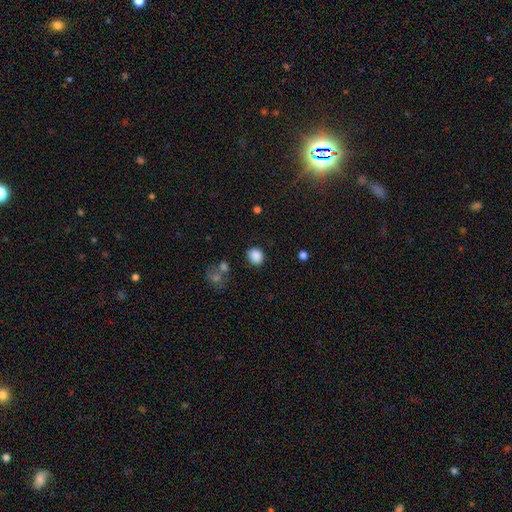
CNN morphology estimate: The model was most divided on "how rounded": round: 71%, in between: 28%, cigar-shaped: 1%. More confident: smooth or featured — smooth (87%); merging — none (81%).